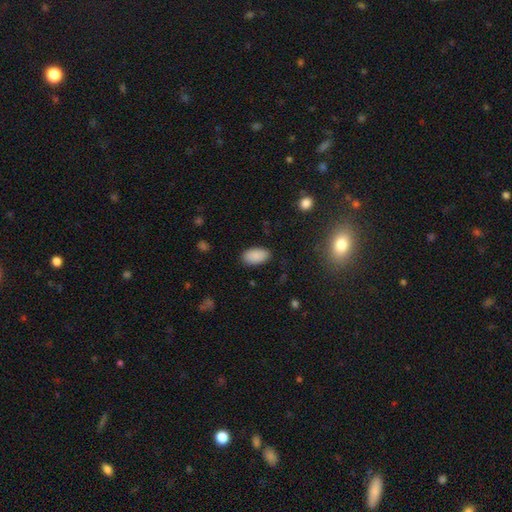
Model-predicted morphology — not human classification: Overall: smooth (88%). How rounded: in between (95%). Merging: none (86%).